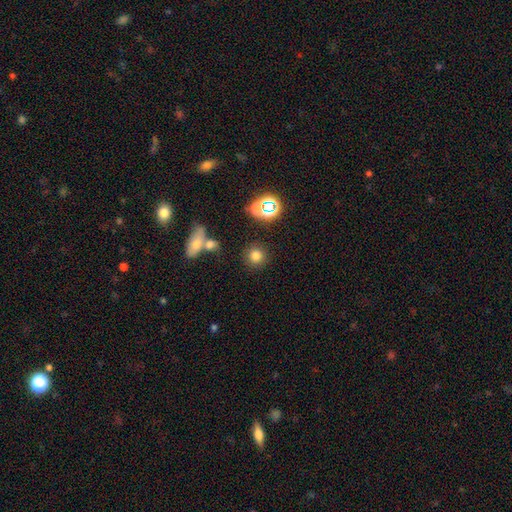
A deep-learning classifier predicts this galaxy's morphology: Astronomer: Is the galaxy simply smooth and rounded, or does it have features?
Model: smooth — 76%.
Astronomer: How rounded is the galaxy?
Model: round — 91%.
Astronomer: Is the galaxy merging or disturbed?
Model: none — 82%.